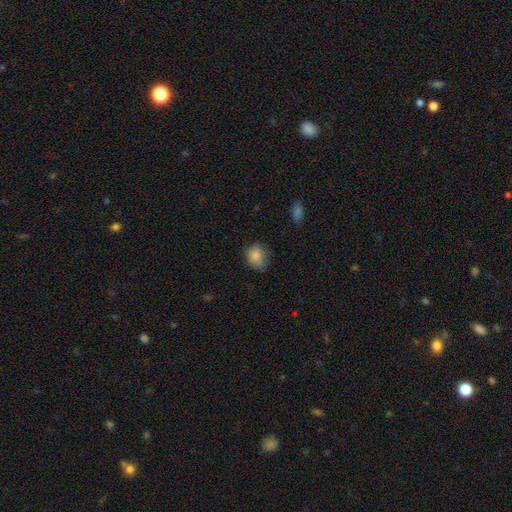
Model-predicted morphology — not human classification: smooth_or_featured: smooth (p=0.84) [alt: star or artifact p=0.09]
how_rounded: round (p=0.59) [alt: in between p=0.40]
merging: none (p=0.76) [alt: minor disturbance p=0.19]